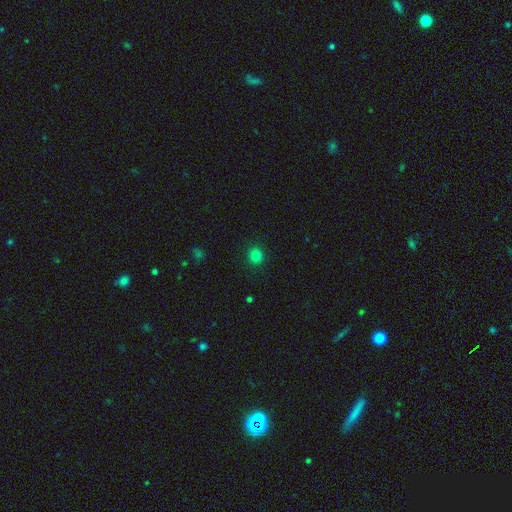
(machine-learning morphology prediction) type=smooth (82%); roundness=round (89%); merging=none (91%).